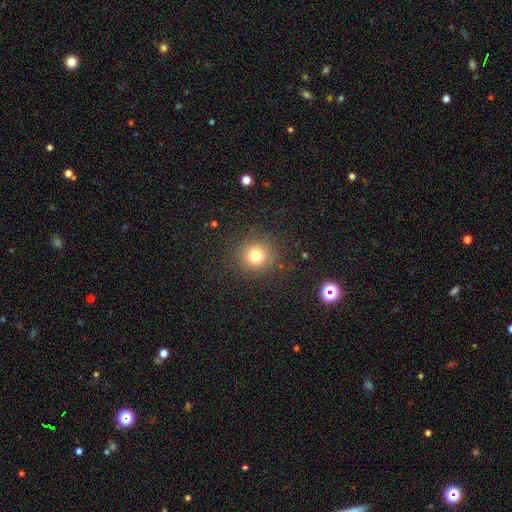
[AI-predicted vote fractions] Overall: smooth (77%). How rounded: round (92%). Merging: none (88%).